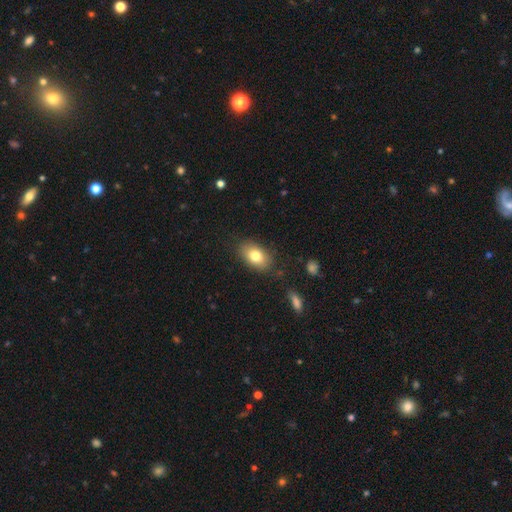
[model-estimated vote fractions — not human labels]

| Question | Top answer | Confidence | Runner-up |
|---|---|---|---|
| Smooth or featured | smooth | 78% | featured or disk (14%) |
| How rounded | in between | 88% | round (11%) |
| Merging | none | 82% | minor disturbance (12%) |